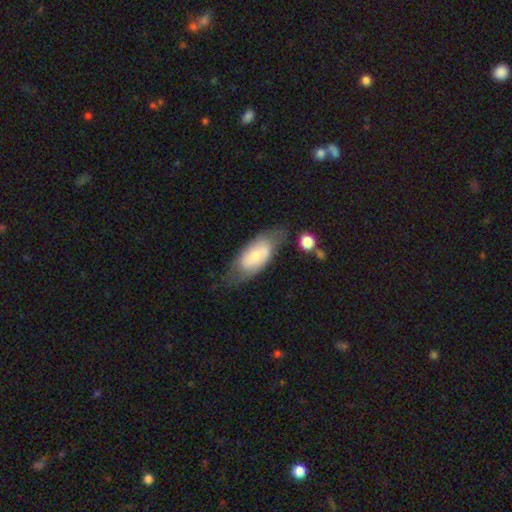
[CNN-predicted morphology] smooth-or-featured: smooth: 56% | featured or disk: 37% | star or artifact: 7%
  how-rounded: in between: 84% | cigar-shaped: 13% | round: 3%
  merging: none: 60% | minor disturbance: 24% | major disturbance: 11% | merger: 6%